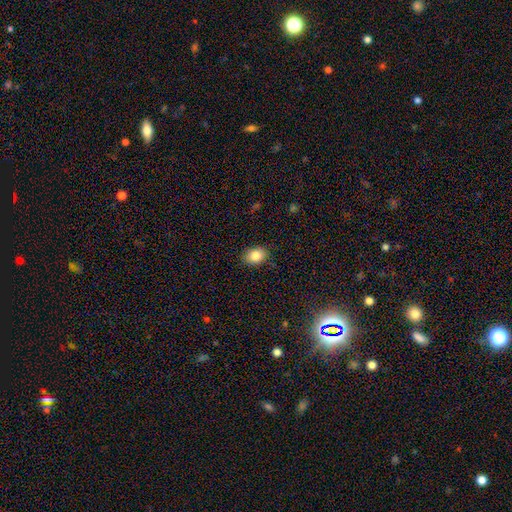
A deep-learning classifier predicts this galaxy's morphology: A smooth galaxy with no disk features (85%) that is in between round and cigar-shaped (70%).

Vote fractions:
- Smooth or featured? smooth: 85% / star or artifact: 9% / featured or disk: 6%
- How rounded? in between: 70% / round: 29% / cigar-shaped: 1%
- Merging? none: 86% / minor disturbance: 10% / major disturbance: 2% / merger: 1%